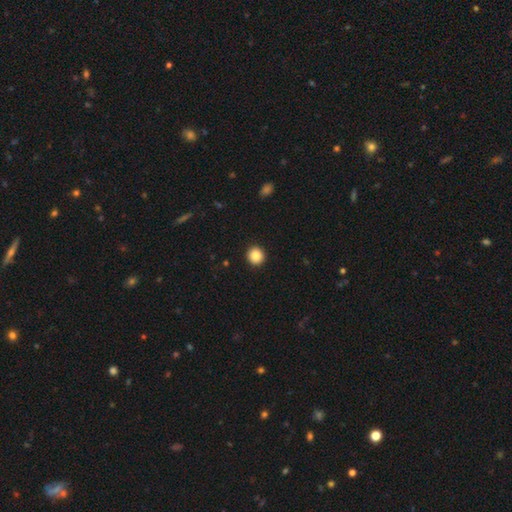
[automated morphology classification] The model was most divided on "smooth or featured": smooth: 87%, star or artifact: 9%, featured or disk: 4%. More confident: how rounded — round (93%); merging — none (93%).